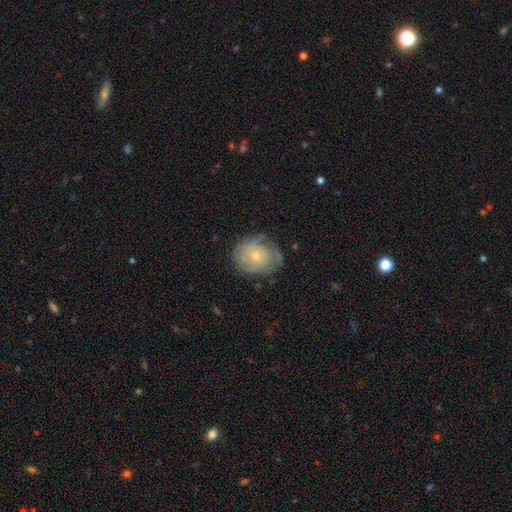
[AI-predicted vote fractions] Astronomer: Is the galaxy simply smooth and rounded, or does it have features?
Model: featured or disk — 55% (runner-up: smooth, 36%).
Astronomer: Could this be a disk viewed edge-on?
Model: no — 97%.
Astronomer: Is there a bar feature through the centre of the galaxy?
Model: no — 81%.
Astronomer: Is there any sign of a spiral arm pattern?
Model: yes — 72%.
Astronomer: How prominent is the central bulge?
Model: small — 68%.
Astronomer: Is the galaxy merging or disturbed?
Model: none — 61%.